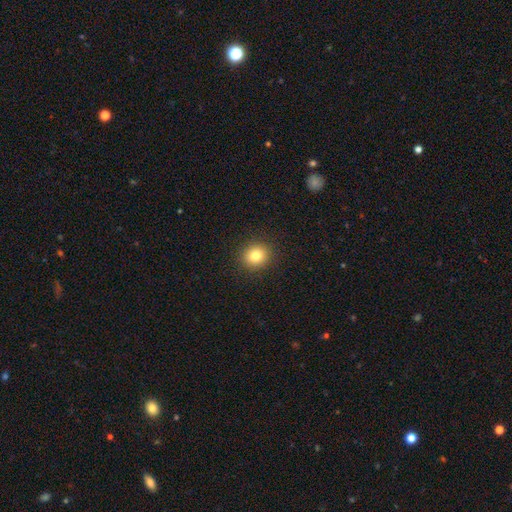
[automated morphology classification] Smooth or featured: smooth — 81% (star or artifact — 12%)
How rounded: round — 85% (in between — 14%)
Merging: none — 91% (minor disturbance — 6%)